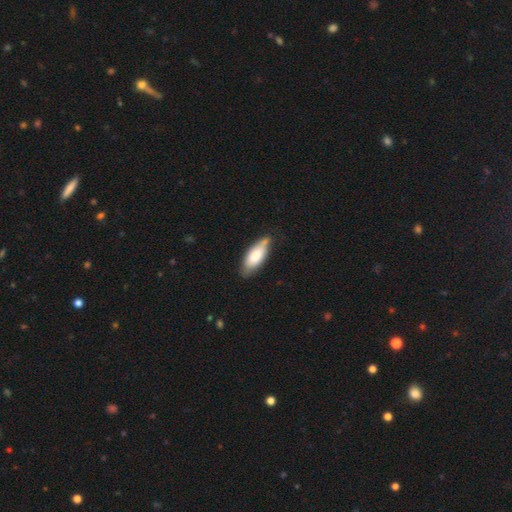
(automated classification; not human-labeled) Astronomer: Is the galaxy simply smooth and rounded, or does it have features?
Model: smooth — 75%.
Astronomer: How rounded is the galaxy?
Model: in between — 74%.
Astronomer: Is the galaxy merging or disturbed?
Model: none — 67%.